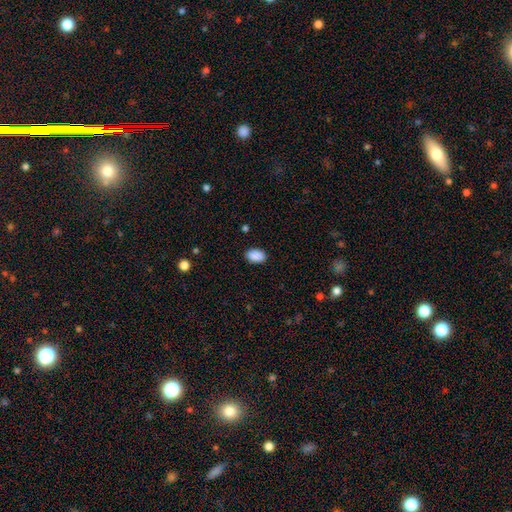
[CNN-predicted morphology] A smooth galaxy with no disk features (90%) that is in between round and cigar-shaped (90%). Merging: none (88%).